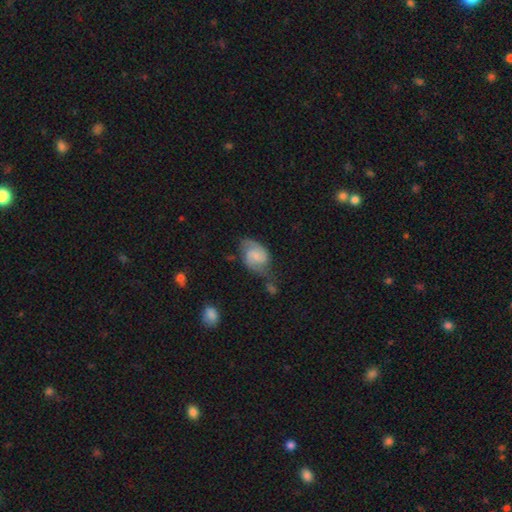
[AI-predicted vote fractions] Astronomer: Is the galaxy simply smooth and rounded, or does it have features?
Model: featured or disk — 62%.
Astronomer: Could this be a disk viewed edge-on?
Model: no — 97%.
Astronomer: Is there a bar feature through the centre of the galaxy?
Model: no — 50% (runner-up: weak, 42%).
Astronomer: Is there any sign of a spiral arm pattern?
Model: yes — 91%.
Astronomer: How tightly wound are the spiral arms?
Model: medium — 50% (runner-up: loose, 26%).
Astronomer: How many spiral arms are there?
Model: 2 — 86%.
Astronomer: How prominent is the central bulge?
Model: small — 47% (runner-up: moderate, 24%).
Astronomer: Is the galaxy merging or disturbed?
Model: none — 46% (runner-up: minor disturbance, 28%).